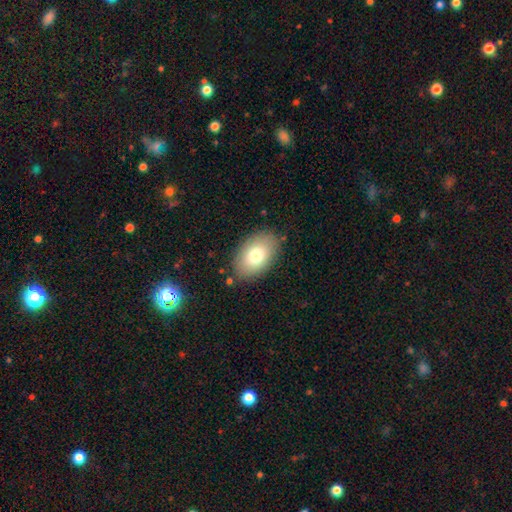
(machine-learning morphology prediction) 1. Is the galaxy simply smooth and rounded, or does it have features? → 76% smooth, 16% featured or disk, 8% star or artifact.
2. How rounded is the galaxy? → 90% in between, 9% round, 1% cigar-shaped.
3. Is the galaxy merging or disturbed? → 84% none, 11% minor disturbance, 3% major disturbance, 2% merger.